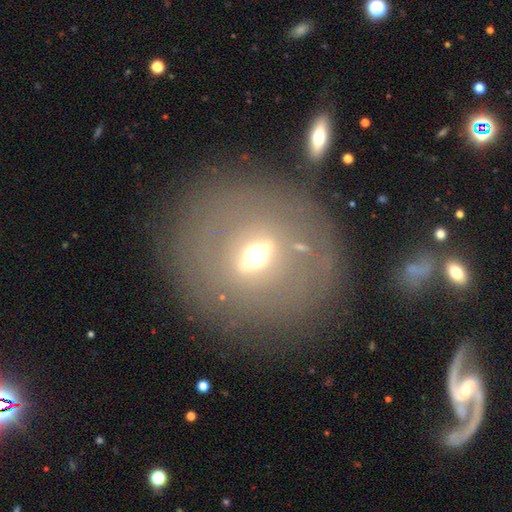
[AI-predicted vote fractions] Overall: featured or disk (63%; smooth 24%). Edge-on disk: no (65%; yes 35%). Merging: none (77%).